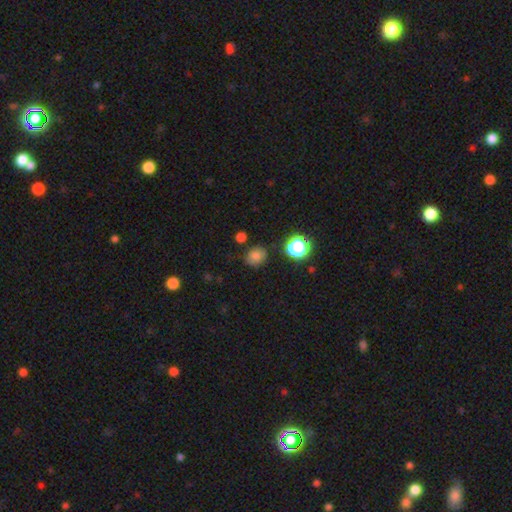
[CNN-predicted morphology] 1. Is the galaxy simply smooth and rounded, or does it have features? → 77% smooth, 16% star or artifact, 6% featured or disk.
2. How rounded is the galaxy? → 65% round, 34% in between, 1% cigar-shaped.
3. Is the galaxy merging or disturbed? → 77% none, 16% minor disturbance, 4% major disturbance, 3% merger.